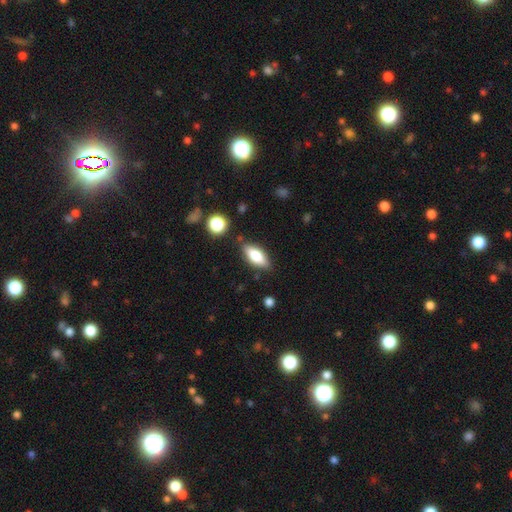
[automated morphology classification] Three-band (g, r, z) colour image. It shows a smooth galaxy with no disk features (70%) that is in between round and cigar-shaped (77%). Merging: none (82%).